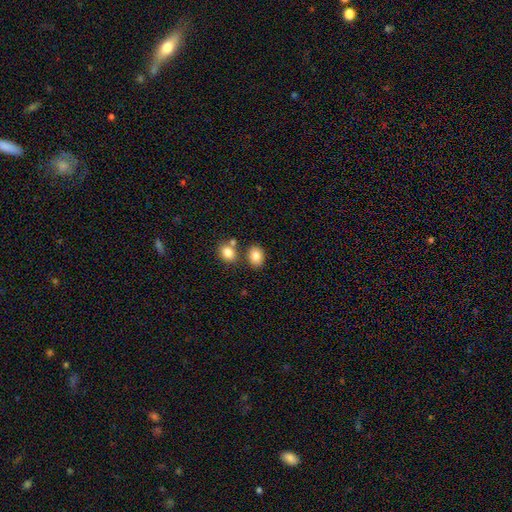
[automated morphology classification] Smooth or featured? Predicted: smooth (p=0.83). How rounded? Predicted: in between (p=0.64). Merging? Predicted: none (p=0.73).